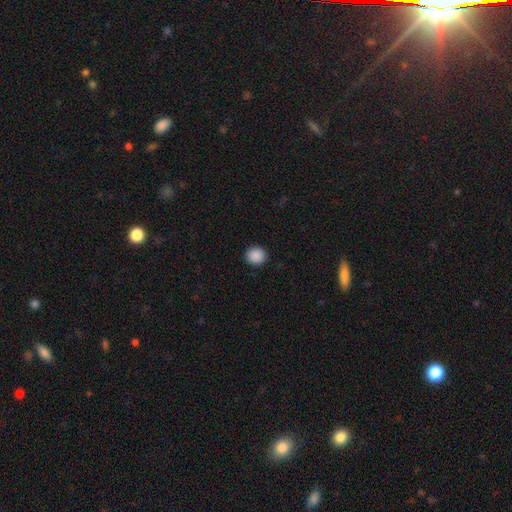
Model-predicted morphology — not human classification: A smooth galaxy with no disk features (89%) that is round (85%). Merging: none (92%).